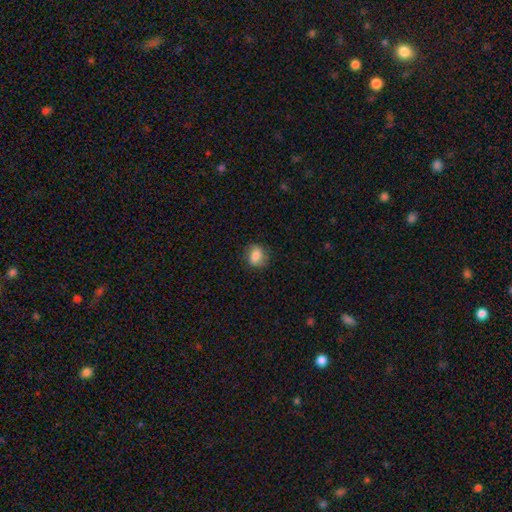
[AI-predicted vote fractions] Overall: smooth (70%). How rounded: in between (51%; round 47%). Merging: none (75%).